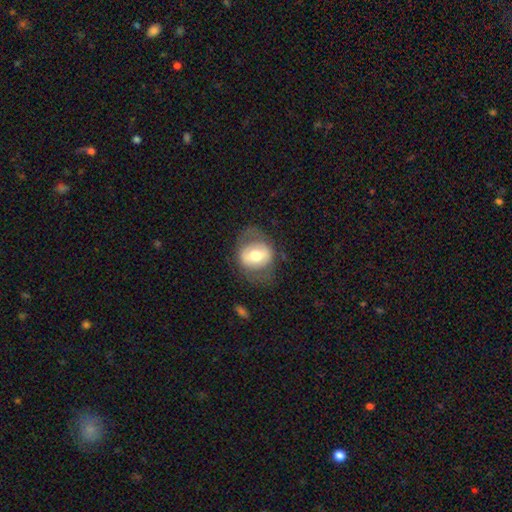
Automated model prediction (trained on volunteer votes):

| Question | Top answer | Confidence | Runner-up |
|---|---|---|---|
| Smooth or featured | smooth | 48% | featured or disk (45%) |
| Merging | none | 62% | minor disturbance (20%) |